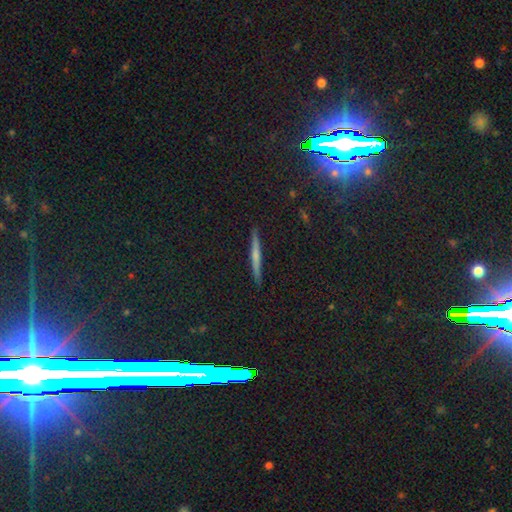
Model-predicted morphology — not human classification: Smooth or featured? smooth (42%, tied with featured or disk)
Merging? none (91%)